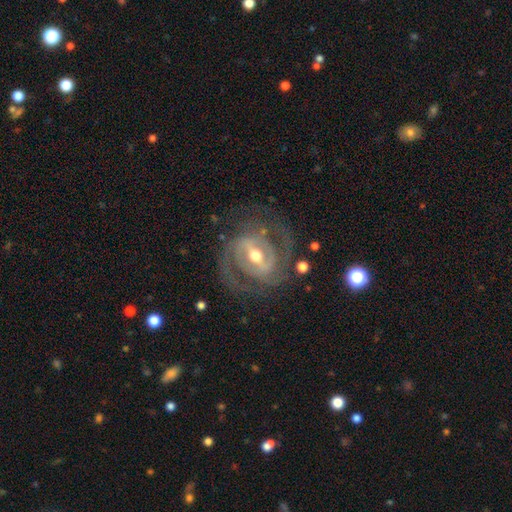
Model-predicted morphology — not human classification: Smooth or featured? Predicted: featured or disk (p=0.91). Edge-on disk? Predicted: no (p=0.96). Bar? Predicted: strong (p=0.56). Spiral arms? Predicted: yes (p=0.95). Spiral winding? Predicted: tight (p=0.46). Spiral arm count? Predicted: 2 (p=0.75). Bulge size? Predicted: moderate (p=0.69). Merging? Predicted: none (p=0.74).